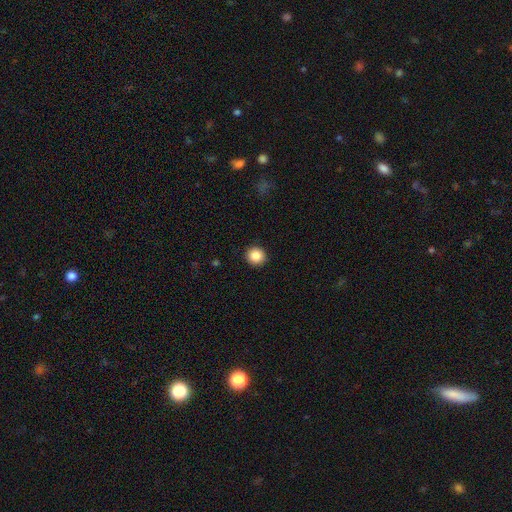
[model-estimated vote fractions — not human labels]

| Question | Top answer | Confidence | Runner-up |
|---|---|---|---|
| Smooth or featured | smooth | 86% | star or artifact (9%) |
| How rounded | round | 94% | in between (5%) |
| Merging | none | 93% | minor disturbance (4%) |